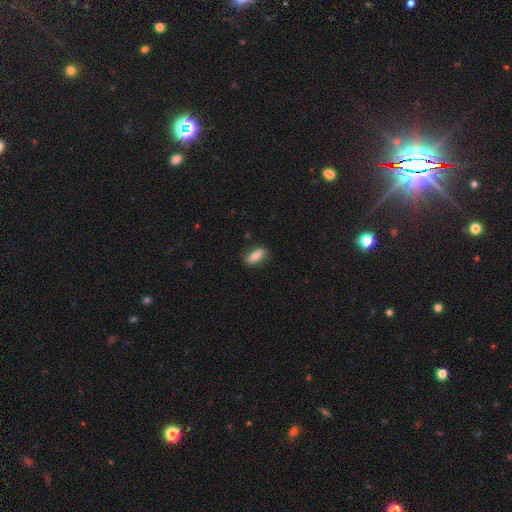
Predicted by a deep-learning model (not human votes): A smooth galaxy with no disk features (70%) that is in between round and cigar-shaped (73%).

Vote fractions:
- Smooth or featured? smooth: 70% / featured or disk: 23% / star or artifact: 7%
- How rounded? in between: 73% / cigar-shaped: 23% / round: 4%
- Merging? none: 84% / minor disturbance: 13% / major disturbance: 2% / merger: 1%